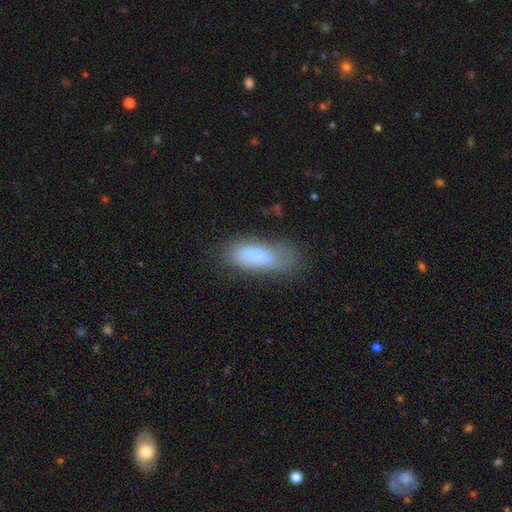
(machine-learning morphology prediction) Smooth or featured: smooth — 64% (featured or disk — 26%)
How rounded: in between — 69% (cigar-shaped — 27%)
Merging: none — 38% (merger — 24%)